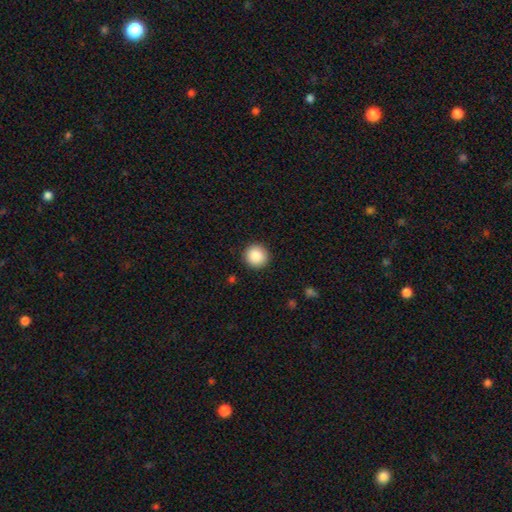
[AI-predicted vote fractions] Overall: smooth (89%). How rounded: round (94%). Merging: none (92%).